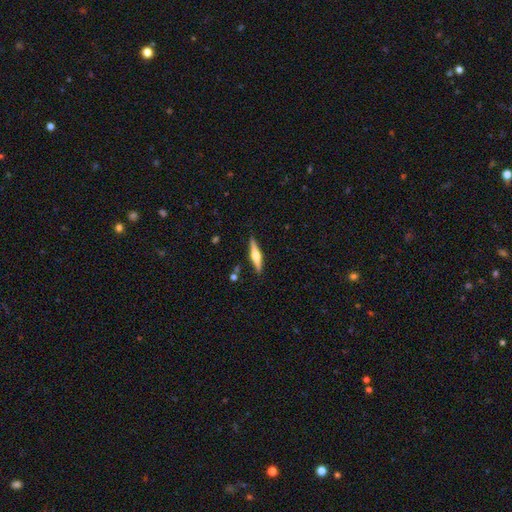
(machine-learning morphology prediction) A featured or disk galaxy (70%) viewed edge-on (97%) with a rounded central bulge (94%).

Vote fractions:
- Smooth or featured? featured or disk: 70% / smooth: 25% / star or artifact: 5%
- Edge-on disk? yes: 97% / no: 3%
- Edge-on bulge? rounded: 94% / boxy: 4% / none: 2%
- Merging? none: 88% / minor disturbance: 8% / merger: 2% / major disturbance: 2%